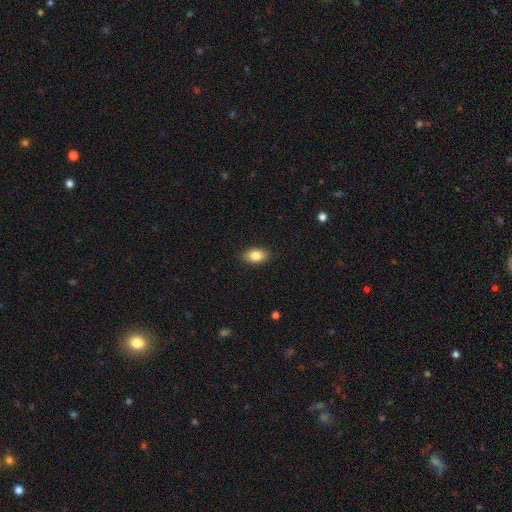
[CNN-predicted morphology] Q: Smooth or featured?
A: smooth (84%); runner-up: featured or disk (8%)
Q: How rounded?
A: in between (89%); runner-up: round (10%)
Q: Merging?
A: none (89%); runner-up: minor disturbance (8%)